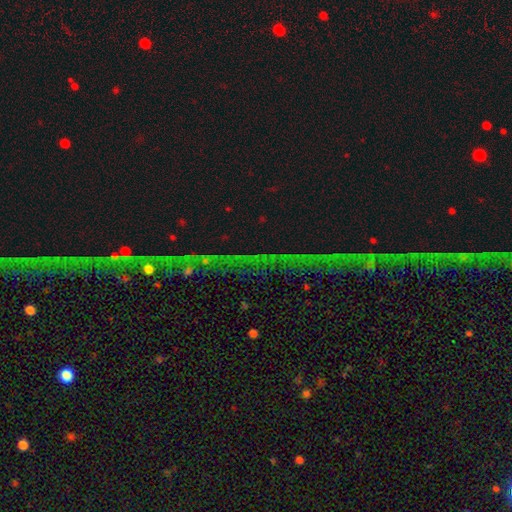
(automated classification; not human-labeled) A star or artifact, not a galaxy (74%).